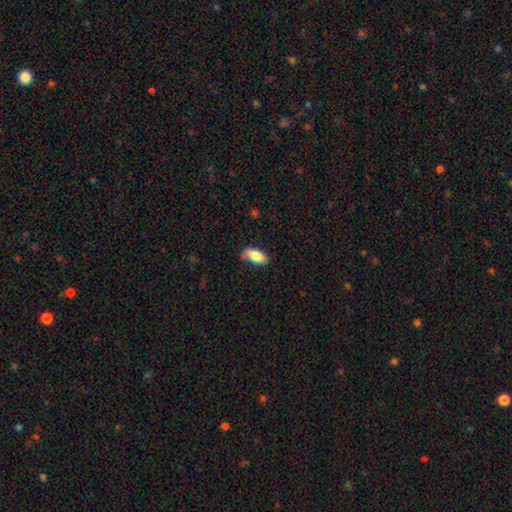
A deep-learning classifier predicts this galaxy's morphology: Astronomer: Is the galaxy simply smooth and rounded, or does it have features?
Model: smooth — 83%.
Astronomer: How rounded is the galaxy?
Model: in between — 90%.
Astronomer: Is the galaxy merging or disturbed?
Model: none — 73%.